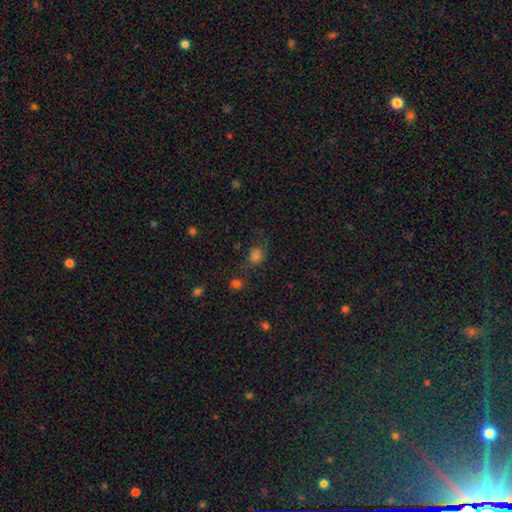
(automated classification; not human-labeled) Smooth or featured? smooth (62%)
How rounded? round (64%)
Merging? none (52%)